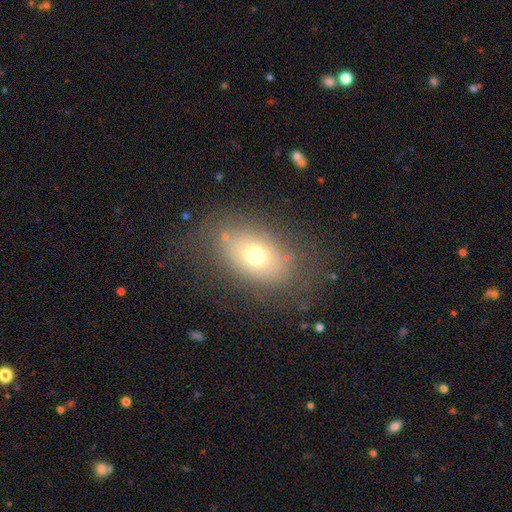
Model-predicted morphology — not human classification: Smooth or featured? Predicted: smooth (p=0.67). How rounded? Predicted: in between (p=0.82). Merging? Predicted: none (p=0.72).